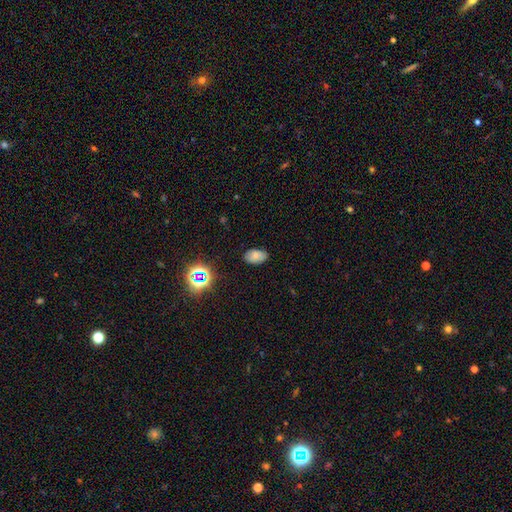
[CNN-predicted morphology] Smooth or featured?
  - smooth: 71% *
  - star or artifact: 16%
  - featured or disk: 14%
How rounded?
  - in between: 91% *
  - round: 8%
  - cigar-shaped: 1%
Merging?
  - none: 83% *
  - minor disturbance: 13%
  - major disturbance: 3%
  - merger: 1%